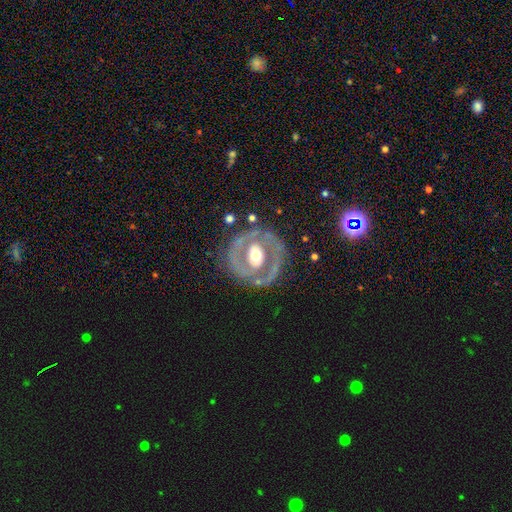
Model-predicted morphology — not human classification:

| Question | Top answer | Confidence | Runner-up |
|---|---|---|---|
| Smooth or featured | featured or disk | 72% | smooth (18%) |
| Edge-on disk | no | 92% | yes (8%) |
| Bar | no | 48% | weak (27%) |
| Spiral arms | no | 59% | yes (41%) |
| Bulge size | moderate | 63% | large (22%) |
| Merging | none | 78% | minor disturbance (12%) |